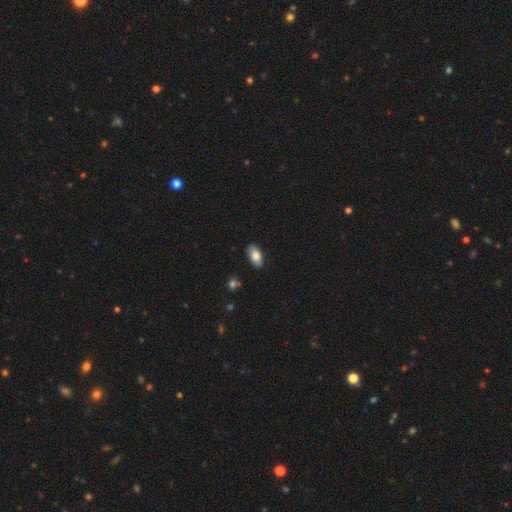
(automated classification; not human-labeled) smooth 77%, featured or disk 16%, star or artifact 7%. Down the decision tree: how rounded — in between (94%); merging — none (87%).